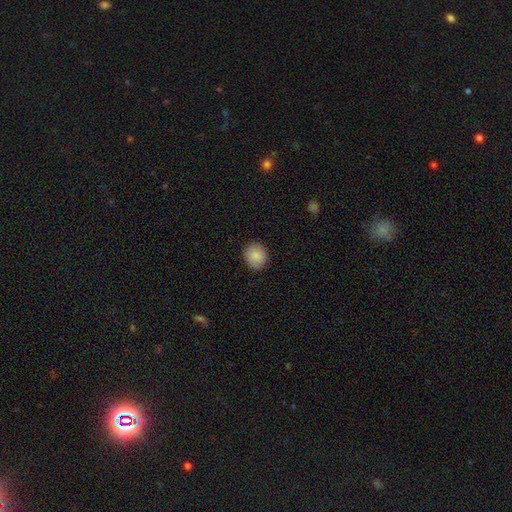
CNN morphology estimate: smooth_or_featured: smooth (p=0.88) [alt: star or artifact p=0.08]
how_rounded: round (p=0.80) [alt: in between p=0.19]
merging: none (p=0.89) [alt: minor disturbance p=0.07]